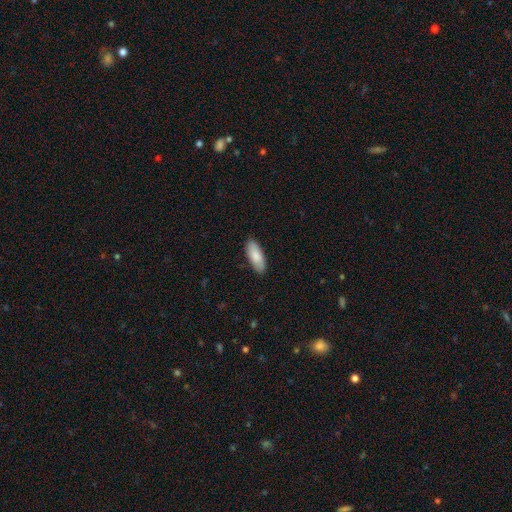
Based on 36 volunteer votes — A smooth galaxy with no disk features (89%) that is in between round and cigar-shaped (81%). Merging: none (80%).